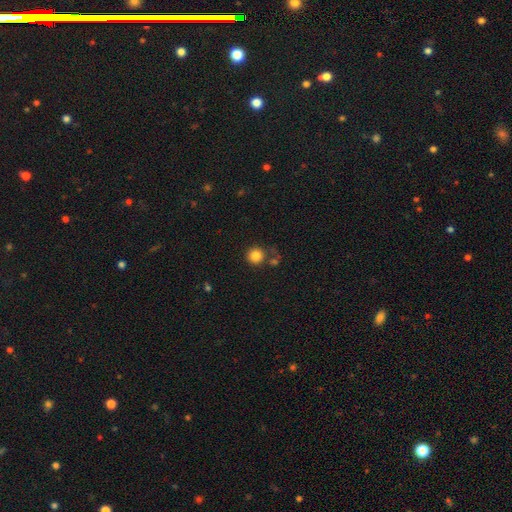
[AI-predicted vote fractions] Smooth or featured? Predicted: smooth (p=0.84). How rounded? Predicted: round (p=0.93). Merging? Predicted: none (p=0.71).